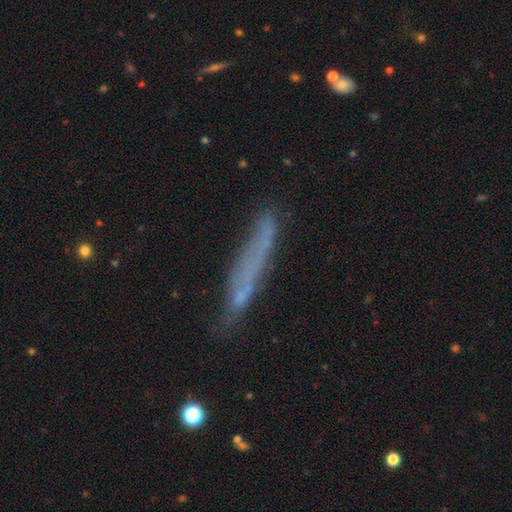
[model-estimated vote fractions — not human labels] Smooth or featured?
  - smooth: 49% *
  - featured or disk: 41%
  - star or artifact: 10%
Merging?
  - none: 65% *
  - minor disturbance: 22%
  - major disturbance: 8%
  - merger: 5%